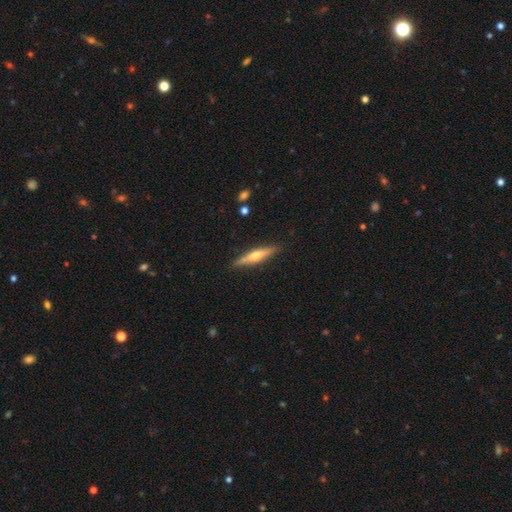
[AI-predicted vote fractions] Q: Smooth or featured?
A: featured or disk (61%); runner-up: smooth (33%)
Q: Edge-on disk?
A: yes (96%); runner-up: no (4%)
Q: Edge-on bulge?
A: rounded (89%); runner-up: none (7%)
Q: Merging?
A: none (89%); runner-up: minor disturbance (8%)